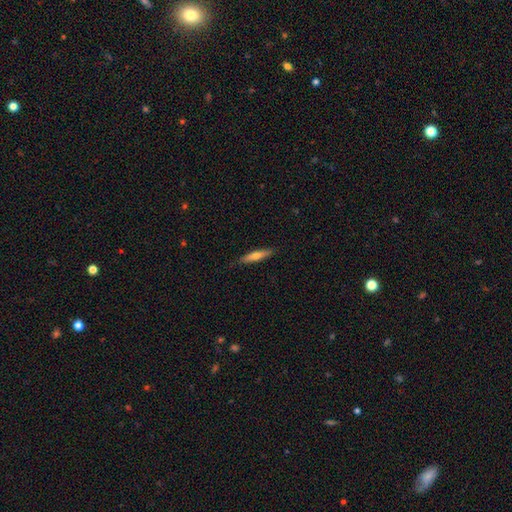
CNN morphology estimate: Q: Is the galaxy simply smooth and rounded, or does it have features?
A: smooth — 57%.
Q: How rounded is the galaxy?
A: cigar-shaped — 83%.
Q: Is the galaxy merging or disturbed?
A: none — 86%.